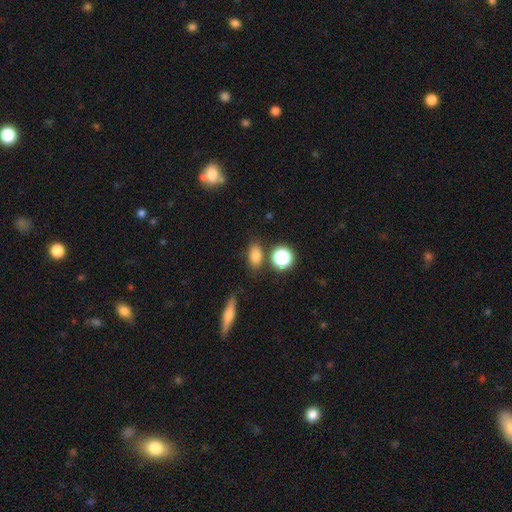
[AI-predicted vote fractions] smooth_or_featured: smooth (p=0.79) [alt: star or artifact p=0.13]
how_rounded: in between (p=0.75) [alt: round p=0.20]
merging: none (p=0.77) [alt: minor disturbance p=0.12]